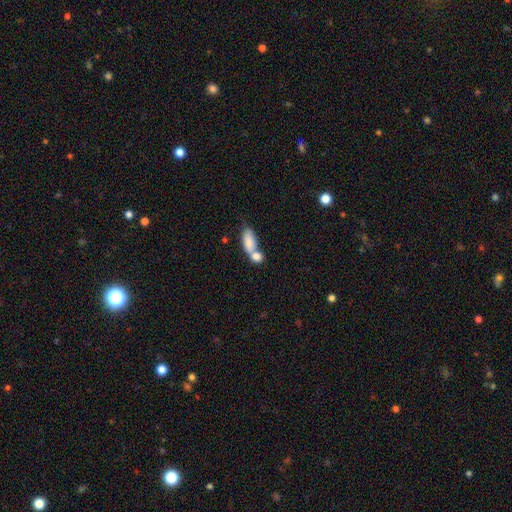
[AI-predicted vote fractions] smooth-or-featured: smooth: 81% | featured or disk: 11% | star or artifact: 7%
  how-rounded: in between: 75% | cigar-shaped: 15% | round: 11%
  merging: merger: 60% | none: 27% | minor disturbance: 9% | major disturbance: 5%